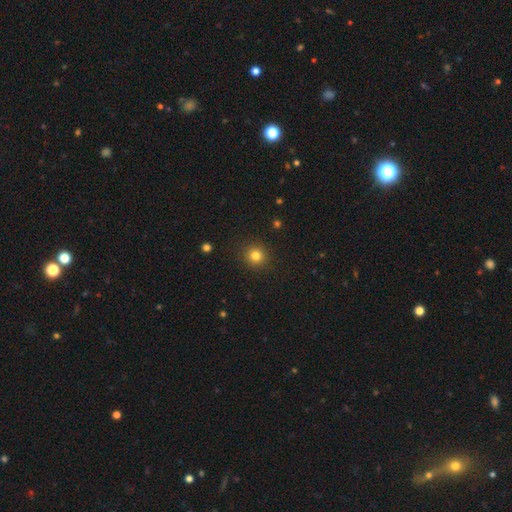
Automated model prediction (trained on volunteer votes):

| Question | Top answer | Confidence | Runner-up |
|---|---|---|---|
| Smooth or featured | smooth | 81% | star or artifact (13%) |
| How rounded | round | 93% | in between (6%) |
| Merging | none | 91% | minor disturbance (6%) |